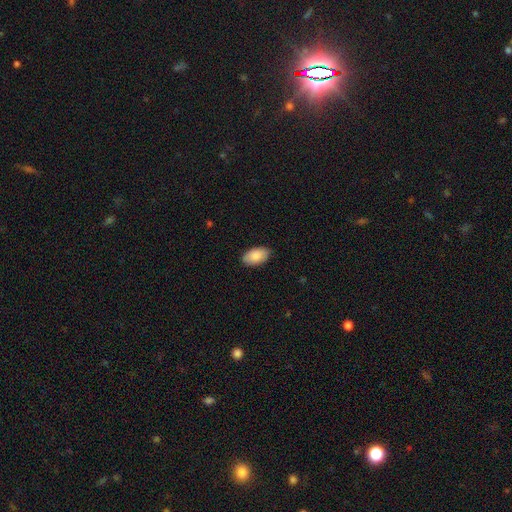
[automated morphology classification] The model was most divided on "merging": none: 87%, minor disturbance: 10%, major disturbance: 2%, merger: 1%. More confident: how rounded — in between (95%); smooth or featured — smooth (87%).